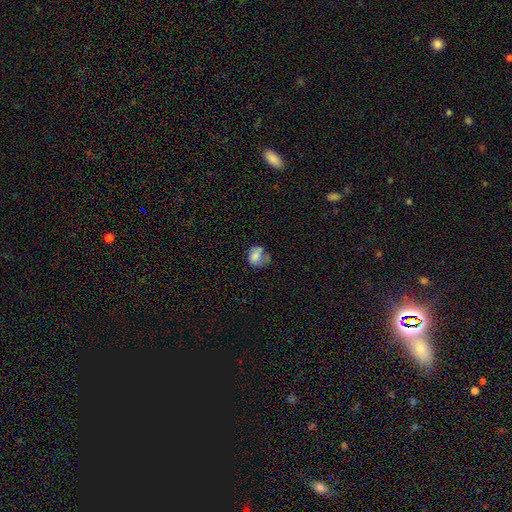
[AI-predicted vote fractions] A smooth galaxy with no disk features (73%) that is round (50%).

Vote fractions:
- Smooth or featured? smooth: 73% / featured or disk: 18% / star or artifact: 9%
- How rounded? round: 50% / in between: 49% / cigar-shaped: 1%
- Merging? none: 34% / minor disturbance: 32% / major disturbance: 29% / merger: 5%